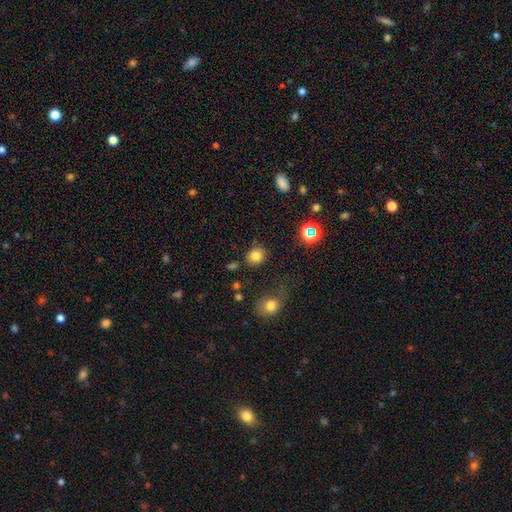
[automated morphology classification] Smooth or featured: smooth — 80% (star or artifact — 14%)
How rounded: round — 83% (in between — 16%)
Merging: none — 81% (minor disturbance — 10%)